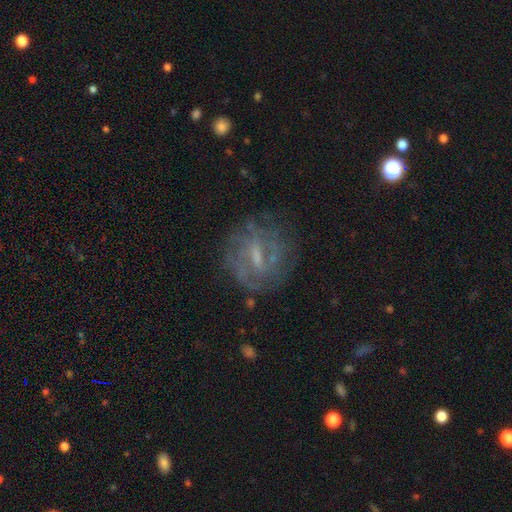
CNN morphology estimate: featured or disk 69%, smooth 19%, star or artifact 12%. Down the decision tree: edge-on disk — no (94%); bar — weak (53%); spiral arms — yes (68%); bulge size — small (43%); merging — none (71%).